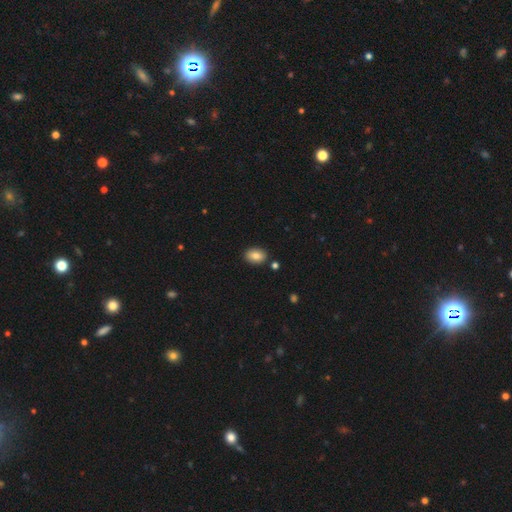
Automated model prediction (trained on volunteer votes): Q: Smooth or featured?
A: smooth (82%); runner-up: featured or disk (9%)
Q: How rounded?
A: in between (83%); runner-up: round (15%)
Q: Merging?
A: none (86%); runner-up: minor disturbance (8%)